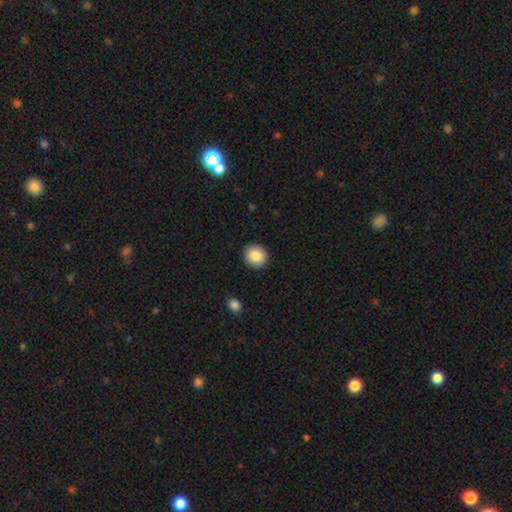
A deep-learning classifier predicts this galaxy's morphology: Smooth or featured?
  - smooth: 88% *
  - star or artifact: 8%
  - featured or disk: 4%
How rounded?
  - round: 89% *
  - in between: 10%
  - cigar-shaped: 1%
Merging?
  - none: 91% *
  - minor disturbance: 6%
  - major disturbance: 2%
  - merger: 1%